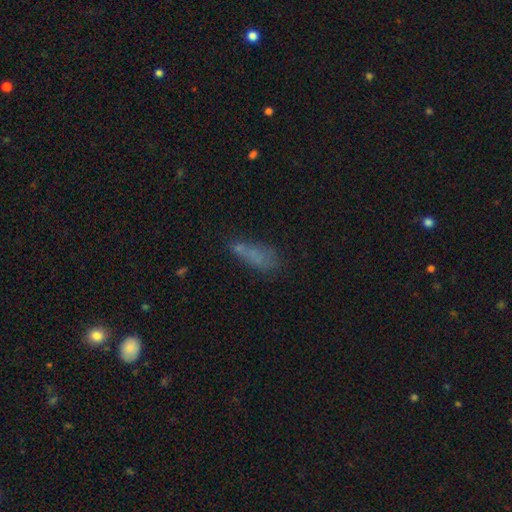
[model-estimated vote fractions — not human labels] A smooth galaxy with no disk features (60%) that is in between round and cigar-shaped (60%).

Vote fractions:
- Smooth or featured? smooth: 60% / featured or disk: 24% / star or artifact: 16%
- How rounded? in between: 60% / cigar-shaped: 35% / round: 5%
- Merging? none: 43% / minor disturbance: 21% / merger: 19% / major disturbance: 17%